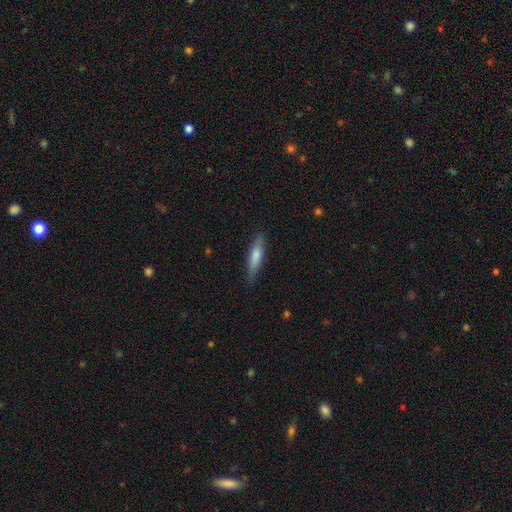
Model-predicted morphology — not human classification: A smooth galaxy with no disk features (75%) that is cigar-shaped (74%).

Vote fractions:
- Smooth or featured? smooth: 75% / featured or disk: 20% / star or artifact: 6%
- How rounded? cigar-shaped: 74% / in between: 24% / round: 2%
- Merging? none: 83% / minor disturbance: 13% / major disturbance: 3% / merger: 1%